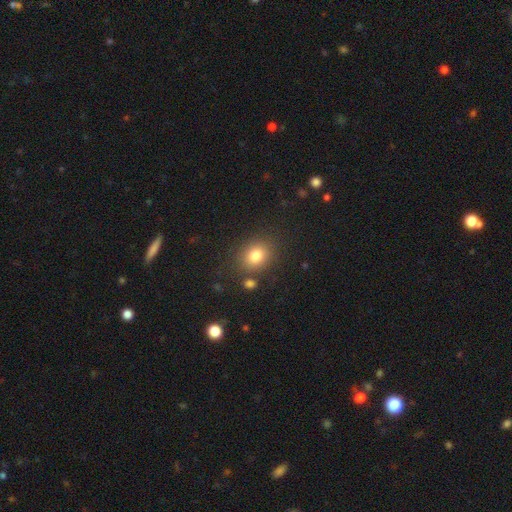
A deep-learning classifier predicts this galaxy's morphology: Smooth or featured?
  - smooth: 81% *
  - star or artifact: 12%
  - featured or disk: 8%
How rounded?
  - round: 59% *
  - in between: 40%
  - cigar-shaped: 1%
Merging?
  - none: 80% *
  - minor disturbance: 11%
  - merger: 6%
  - major disturbance: 4%